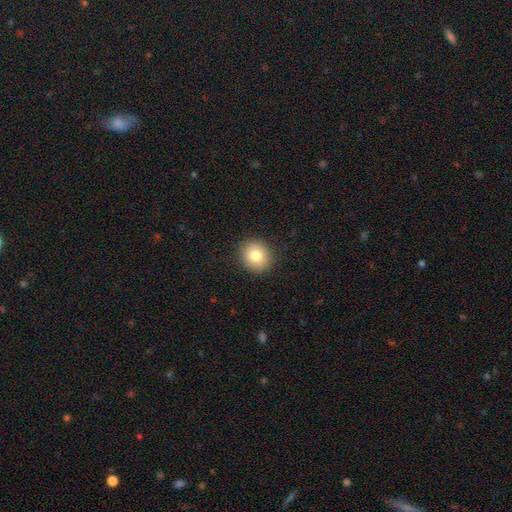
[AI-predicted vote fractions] This is likely a smooth galaxy (79%). How rounded: clearly round (82%). Merging: clearly none (90%).